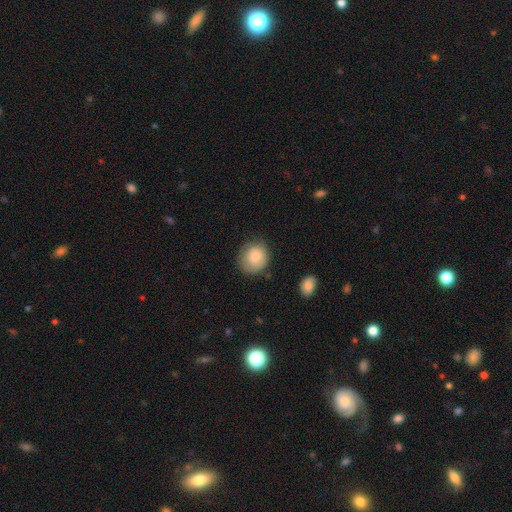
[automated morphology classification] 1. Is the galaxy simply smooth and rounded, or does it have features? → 76% smooth, 17% featured or disk, 7% star or artifact.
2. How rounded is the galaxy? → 82% round, 17% in between, 1% cigar-shaped.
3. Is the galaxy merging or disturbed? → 71% none, 21% minor disturbance, 6% major disturbance, 2% merger.